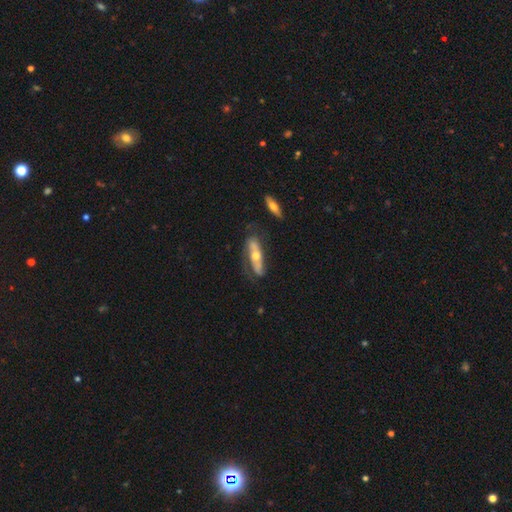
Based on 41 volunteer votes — A featured or disk galaxy (63%) with no bar (56%), 2 (38%) tight (38%, tied with loose) spiral arms (81%) and a moderate central bulge (62%).

Vote fractions:
- Smooth or featured? featured or disk: 63% / smooth: 32% / star or artifact: 5%
- Edge-on disk? no: 62% / yes: 38%
- Bar? no: 56% / strong: 25% / weak: 19%
- Spiral arms? yes: 81% / no: 19%
- Spiral winding? tight: 38% (tied) / loose: 38% (tied) / medium: 23%
- Spiral arm count? 2: 38% / can't tell: 31% / 1: 23% / 3: 8% / 4: 0% / more than 4: 0%
- Bulge size? moderate: 62% / small: 25% / large: 12% / dominant: 0% / none: 0%
- Merging? none: 46% / minor disturbance: 33% / major disturbance: 21% / merger: 0%